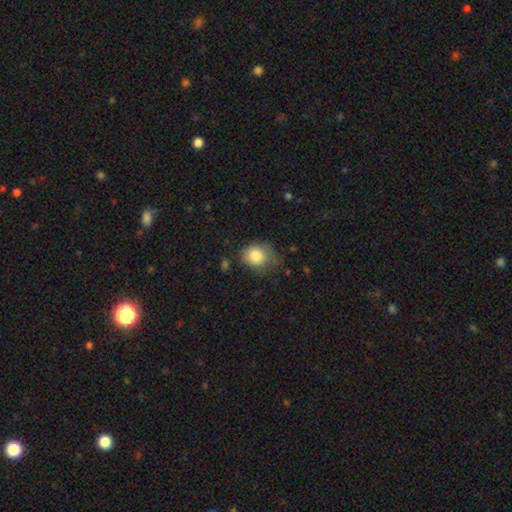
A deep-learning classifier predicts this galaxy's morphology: Smooth or featured: smooth — 82% (featured or disk — 9%)
How rounded: round — 61% (in between — 38%)
Merging: none — 50% (minor disturbance — 33%)